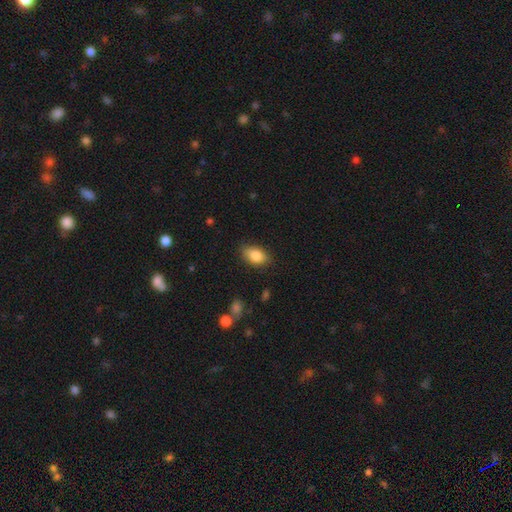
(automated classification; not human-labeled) A smooth galaxy with no disk features (85%) that is in between round and cigar-shaped (87%). Merging: none (79%).